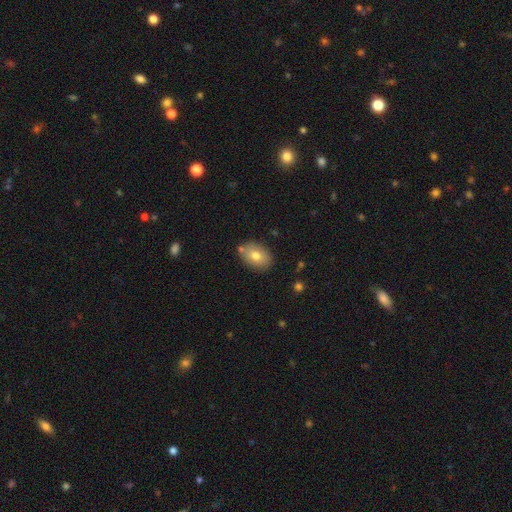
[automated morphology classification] smooth-or-featured: smooth: 75% | featured or disk: 17% | star or artifact: 8%
  how-rounded: in between: 80% | round: 18% | cigar-shaped: 1%
  merging: none: 79% | minor disturbance: 13% | merger: 5% | major disturbance: 3%